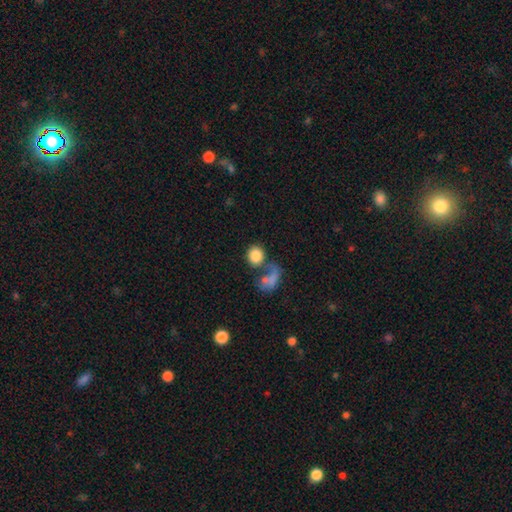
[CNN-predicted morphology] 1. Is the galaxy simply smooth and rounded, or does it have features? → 82% smooth, 10% featured or disk, 8% star or artifact.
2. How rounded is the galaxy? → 72% round, 26% in between, 2% cigar-shaped.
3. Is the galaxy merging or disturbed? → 40% none, 35% merger, 14% major disturbance, 11% minor disturbance.